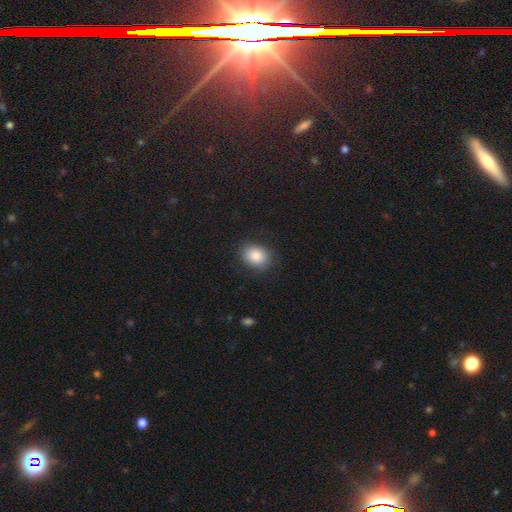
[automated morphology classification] This appears to be a smooth galaxy with no disk features (85%) that is in between round and cigar-shaped (58%). Merging: none (83%).